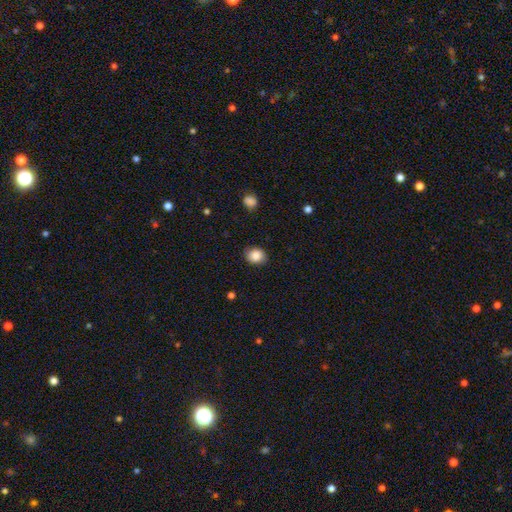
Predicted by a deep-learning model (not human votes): smooth 86%, star or artifact 9%, featured or disk 5%. Down the decision tree: how rounded — round (58%); merging — none (86%).